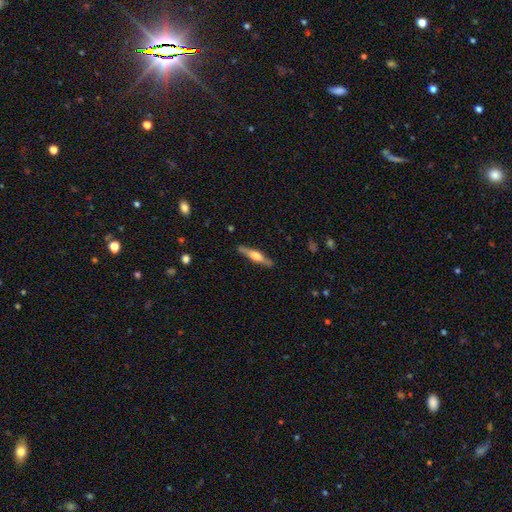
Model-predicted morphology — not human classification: Overall: featured or disk (60%; smooth 34%). Edge-on disk: yes (95%). Edge-on bulge: rounded (78%). Merging: none (86%).